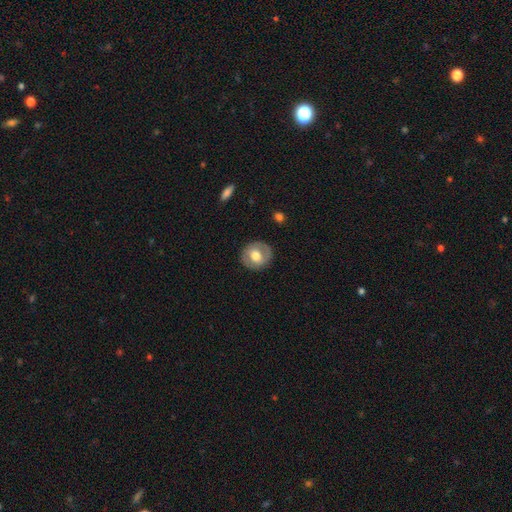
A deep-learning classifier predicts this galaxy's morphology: smooth_or_featured: smooth (p=0.57) [alt: featured or disk p=0.36]
how_rounded: round (p=0.83) [alt: in between p=0.16]
merging: none (p=0.85) [alt: minor disturbance p=0.10]